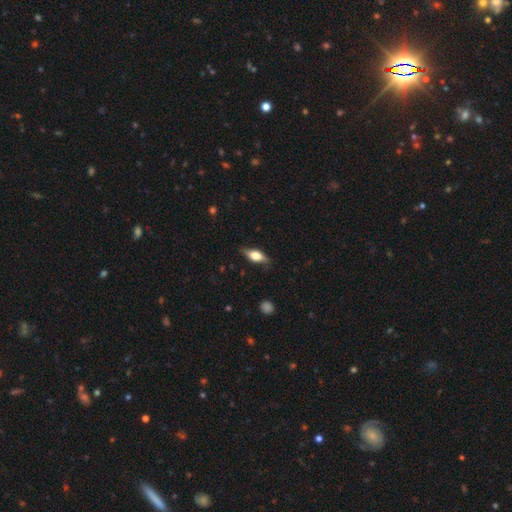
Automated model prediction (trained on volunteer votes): smooth-or-featured: smooth: 50% | featured or disk: 43% | star or artifact: 7%
  how-rounded: in between: 71% | cigar-shaped: 24% | round: 5%
  merging: none: 77% | minor disturbance: 18% | major disturbance: 4% | merger: 1%